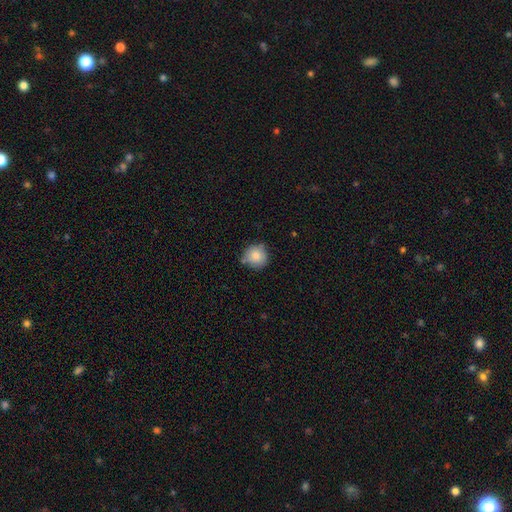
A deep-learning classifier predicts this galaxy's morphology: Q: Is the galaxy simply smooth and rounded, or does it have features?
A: smooth — 84%.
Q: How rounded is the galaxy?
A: round — 91%.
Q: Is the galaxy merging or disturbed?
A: none — 71%.